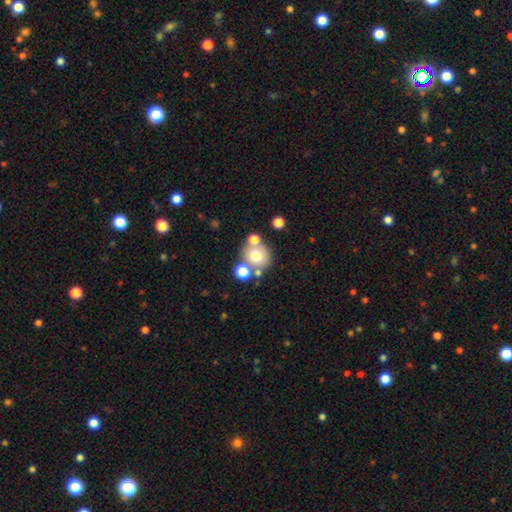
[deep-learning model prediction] Morphology: type=smooth (68%); roundness=round (83%); merging=none (59%).